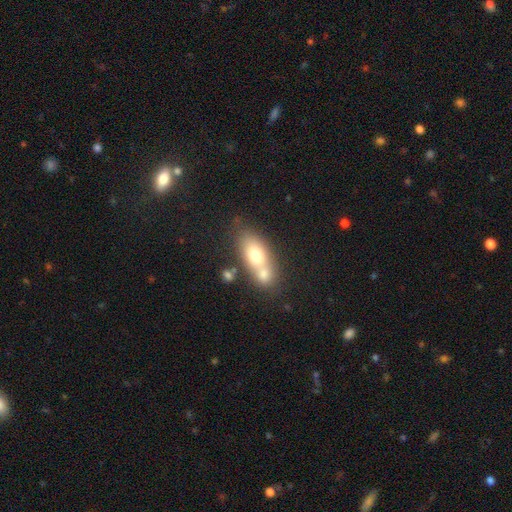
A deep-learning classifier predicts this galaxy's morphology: Overall: smooth (66%). How rounded: in between (75%). Merging: merger (54%; none 32%).